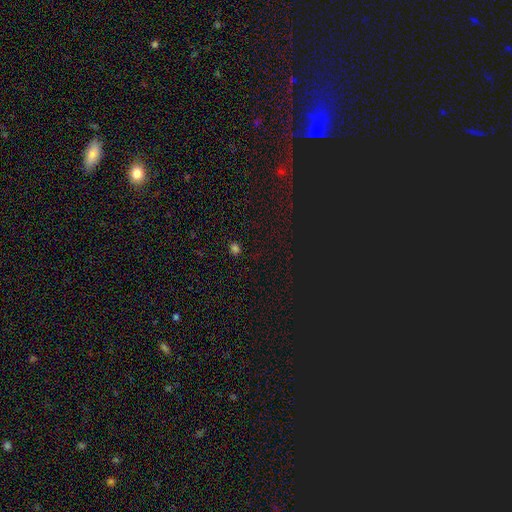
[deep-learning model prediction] Q: Smooth or featured?
A: smooth (50%); runner-up: star or artifact (45%)
Q: How rounded?
A: round (63%); runner-up: in between (35%)
Q: Merging?
A: none (86%); runner-up: minor disturbance (9%)